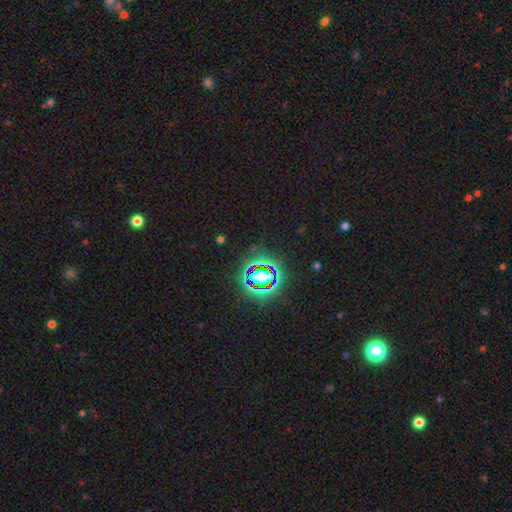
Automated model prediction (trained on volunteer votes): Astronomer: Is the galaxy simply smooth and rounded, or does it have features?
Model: star or artifact — 81%.